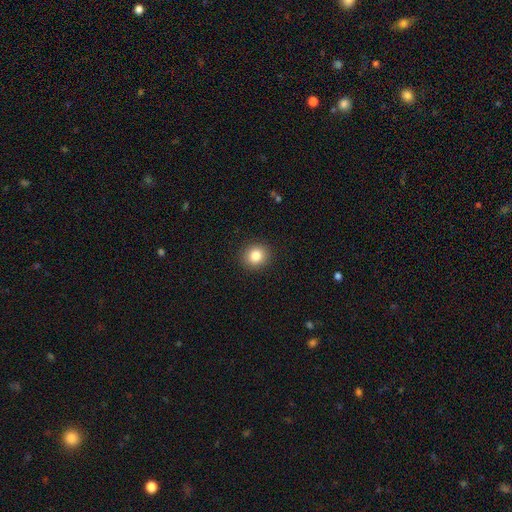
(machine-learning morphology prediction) A smooth galaxy with no disk features (83%) that is round (85%).

Vote fractions:
- Smooth or featured? smooth: 83% / star or artifact: 10% / featured or disk: 6%
- How rounded? round: 85% / in between: 14% / cigar-shaped: 1%
- Merging? none: 91% / minor disturbance: 6% / major disturbance: 2% / merger: 1%